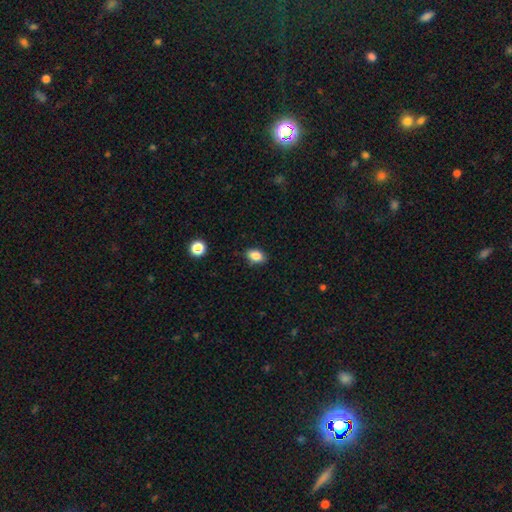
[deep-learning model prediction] A smooth galaxy with no disk features (85%) that is in between round and cigar-shaped (84%).

Vote fractions:
- Smooth or featured? smooth: 85% / star or artifact: 9% / featured or disk: 5%
- How rounded? in between: 84% / round: 14% / cigar-shaped: 2%
- Merging? none: 85% / minor disturbance: 11% / major disturbance: 2% / merger: 1%